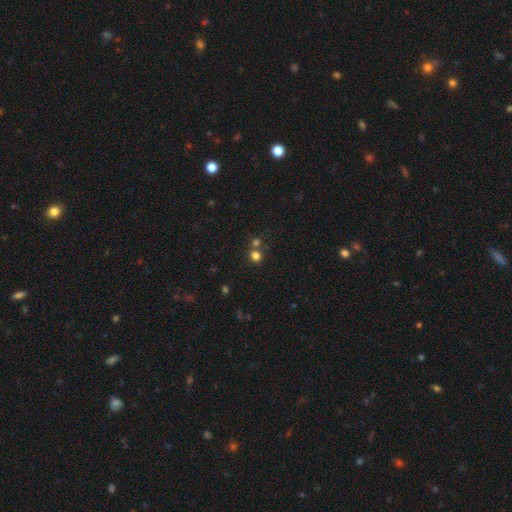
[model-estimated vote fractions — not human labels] A smooth galaxy with no disk features (75%) that is round (85%). Merging: none (60%).